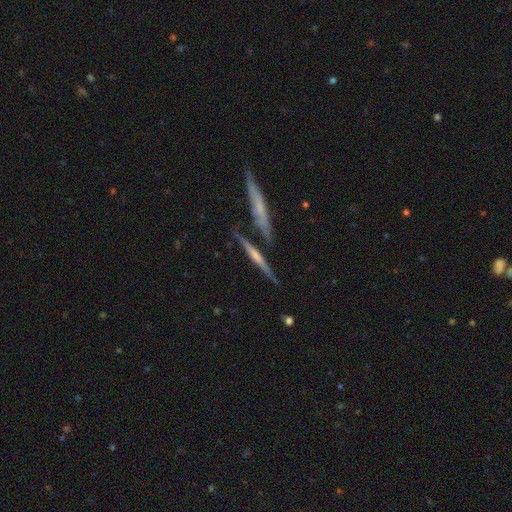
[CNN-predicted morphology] featured or disk 68%, smooth 26%, star or artifact 7%. Down the decision tree: edge-on disk — yes (95%); edge-on bulge — rounded (40%); merging — none (76%).